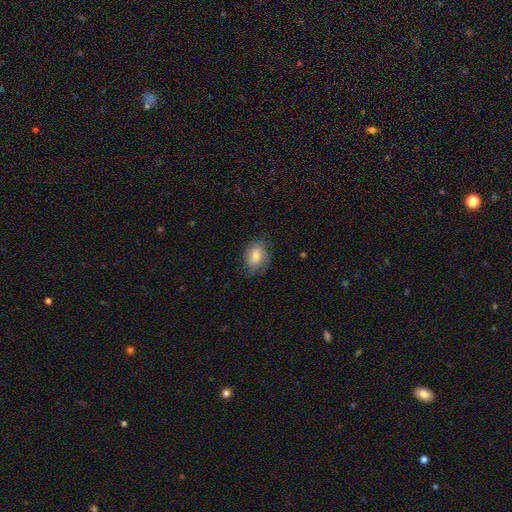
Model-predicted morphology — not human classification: Smooth or featured? smooth (68%)
How rounded? in between (55%)
Merging? none (68%)